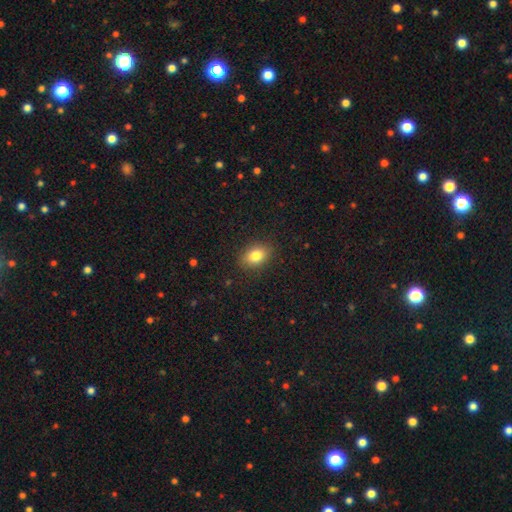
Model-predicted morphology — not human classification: Smooth or featured? Predicted: smooth (p=0.82). How rounded? Predicted: in between (p=0.78). Merging? Predicted: none (p=0.88).